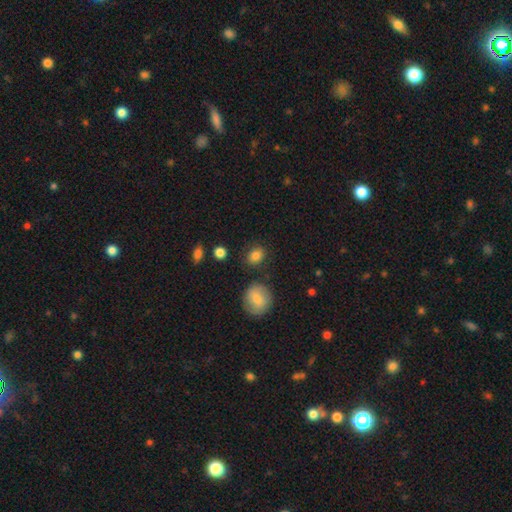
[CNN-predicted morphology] smooth_or_featured: smooth (p=0.83) [alt: star or artifact p=0.10]
how_rounded: round (p=0.54) [alt: in between p=0.45]
merging: none (p=0.79) [alt: minor disturbance p=0.12]